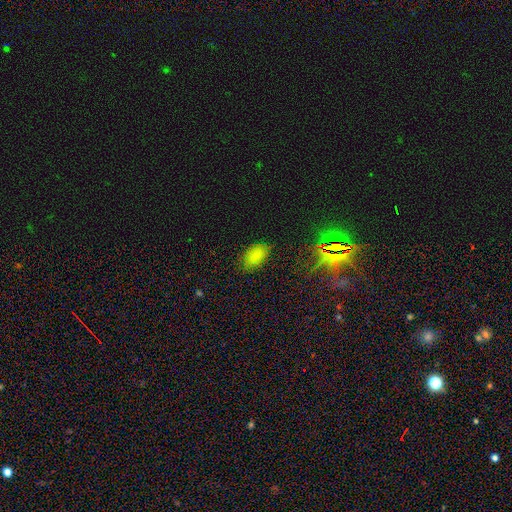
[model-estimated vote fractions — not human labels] Morphology: type=smooth (76%); roundness=in between (91%); merging=none (78%).